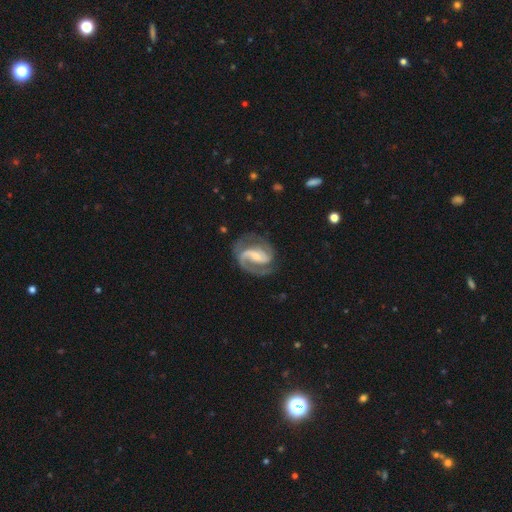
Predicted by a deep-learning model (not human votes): Smooth or featured? featured or disk (90%)
Edge-on disk? no (98%)
Bar? weak (45%)
Spiral arms? yes (97%)
Spiral winding? medium (55%)
Spiral arm count? 2 (83%)
Bulge size? small (52%)
Merging? none (68%)